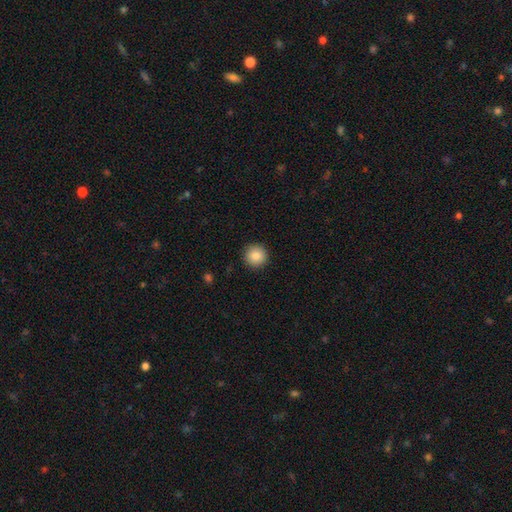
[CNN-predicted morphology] Smooth or featured? Predicted: smooth (p=0.86). How rounded? Predicted: round (p=0.96). Merging? Predicted: none (p=0.93).